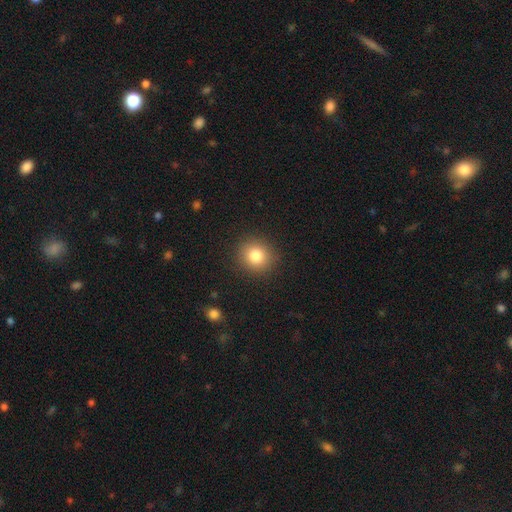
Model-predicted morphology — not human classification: Smooth or featured? smooth (81%)
How rounded? round (87%)
Merging? none (90%)